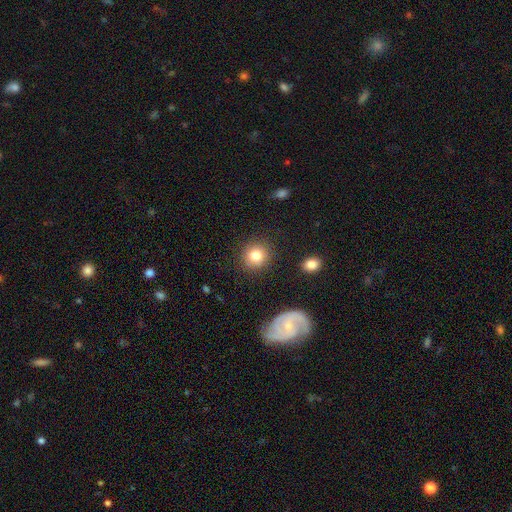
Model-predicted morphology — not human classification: smooth 80%, star or artifact 11%, featured or disk 9%. Down the decision tree: how rounded — round (89%); merging — none (88%).